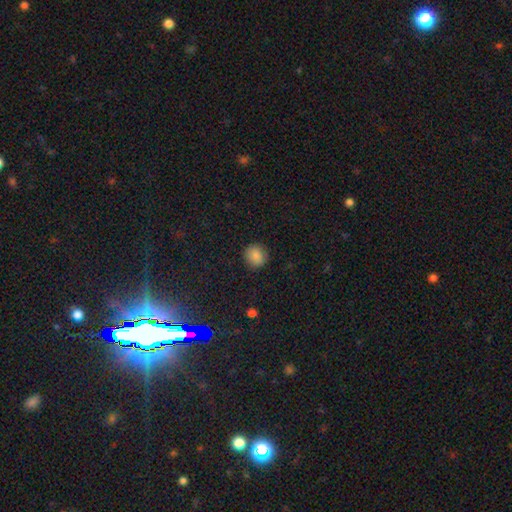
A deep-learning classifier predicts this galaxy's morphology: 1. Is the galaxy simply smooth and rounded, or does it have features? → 86% smooth, 10% star or artifact, 4% featured or disk.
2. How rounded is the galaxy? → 88% round, 11% in between, 1% cigar-shaped.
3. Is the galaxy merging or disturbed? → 89% none, 8% minor disturbance, 2% major disturbance, 1% merger.